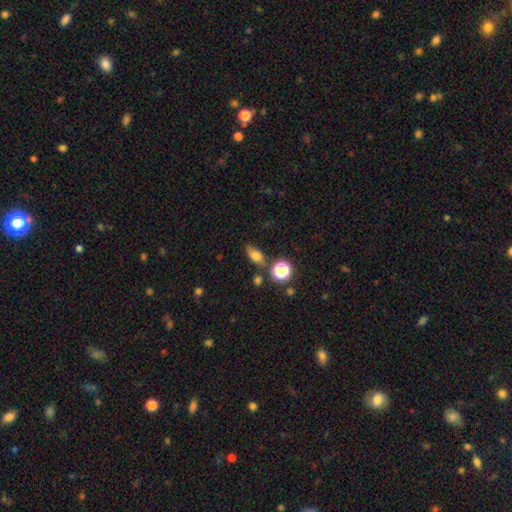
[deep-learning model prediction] Smooth or featured: smooth — 70% (featured or disk — 16%)
How rounded: in between — 71% (round — 20%)
Merging: none — 66% (minor disturbance — 19%)